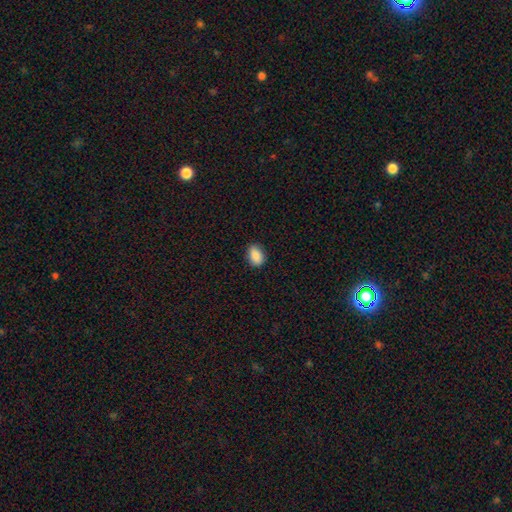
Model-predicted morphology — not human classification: Smooth or featured? smooth (89%)
How rounded? in between (83%)
Merging? none (86%)